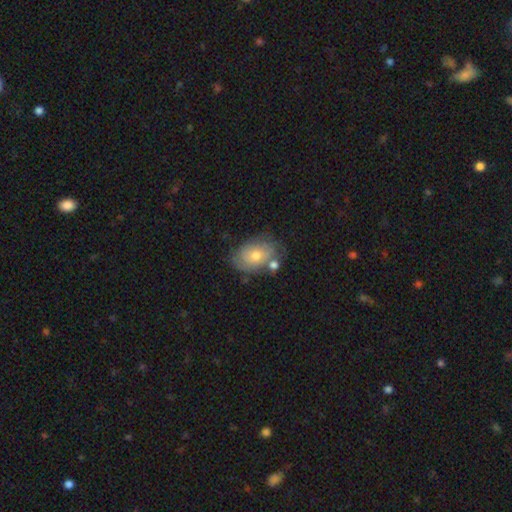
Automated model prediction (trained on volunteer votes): Smooth or featured? Predicted: smooth (p=0.53). How rounded? Predicted: in between (p=0.75). Merging? Predicted: none (p=0.58).